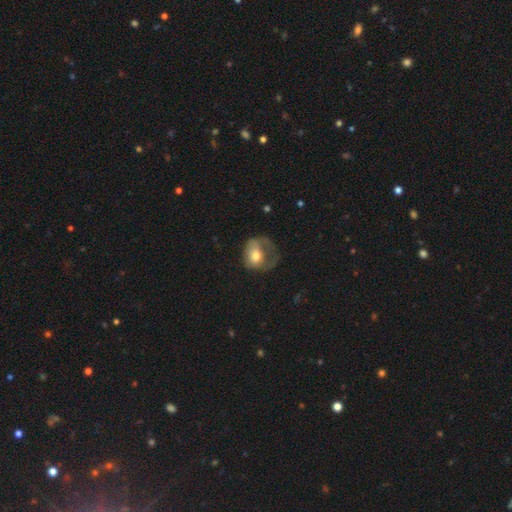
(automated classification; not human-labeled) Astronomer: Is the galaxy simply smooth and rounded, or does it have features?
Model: smooth — 58% (runner-up: featured or disk, 35%).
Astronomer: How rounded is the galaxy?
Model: round — 50% (runner-up: in between, 49%).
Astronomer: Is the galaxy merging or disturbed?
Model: major disturbance — 52%.